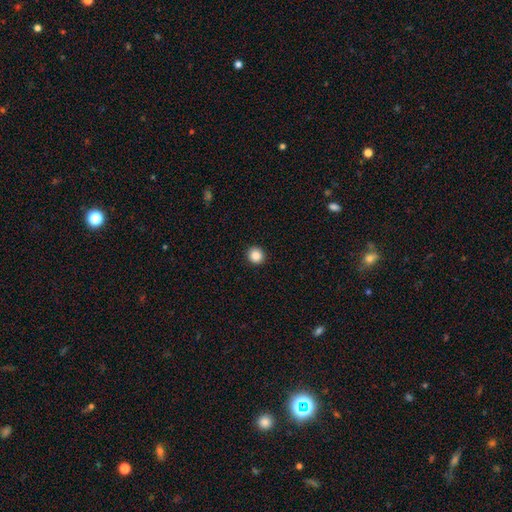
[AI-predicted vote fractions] Overall: smooth (87%). How rounded: round (92%). Merging: none (93%).